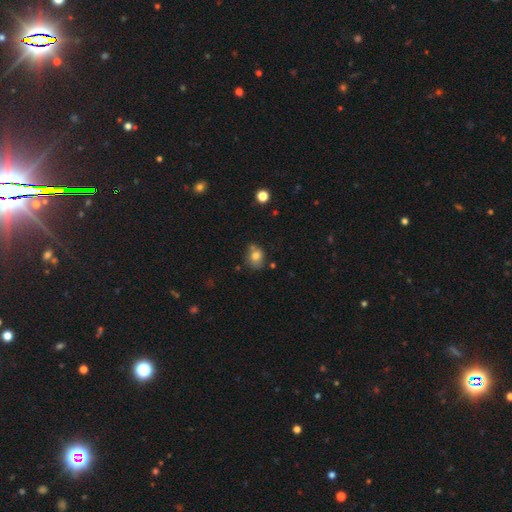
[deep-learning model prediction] Smooth or featured: smooth — 77% (featured or disk — 12%)
How rounded: round — 57% (in between — 42%)
Merging: none — 64% (minor disturbance — 21%)